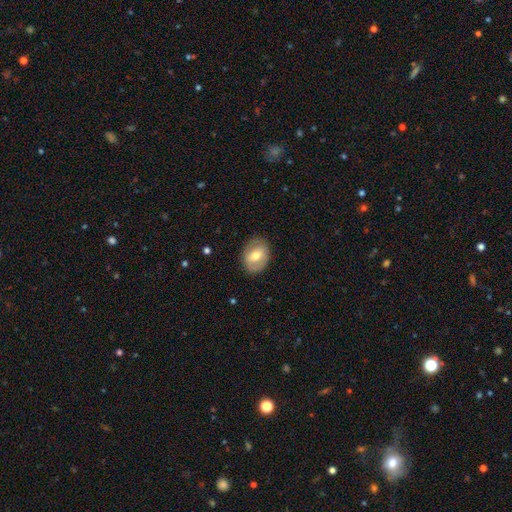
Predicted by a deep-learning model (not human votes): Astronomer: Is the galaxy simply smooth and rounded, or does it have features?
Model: smooth — 53% (runner-up: featured or disk, 40%).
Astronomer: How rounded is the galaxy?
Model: in between — 60% (runner-up: round, 39%).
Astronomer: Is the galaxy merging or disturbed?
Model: none — 83%.